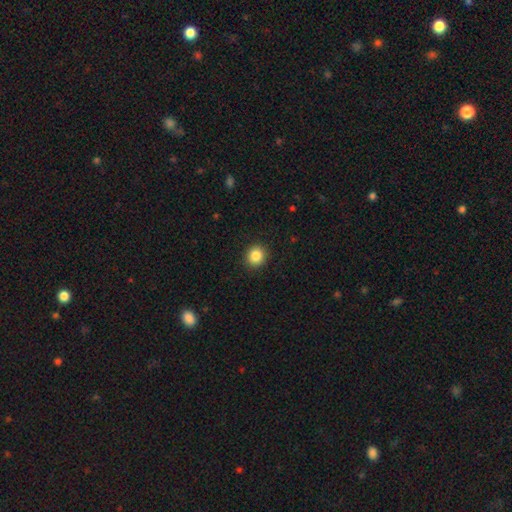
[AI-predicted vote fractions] The model was most divided on "how rounded": round: 86%, in between: 13%, cigar-shaped: 1%. More confident: merging — none (92%); smooth or featured — smooth (86%).